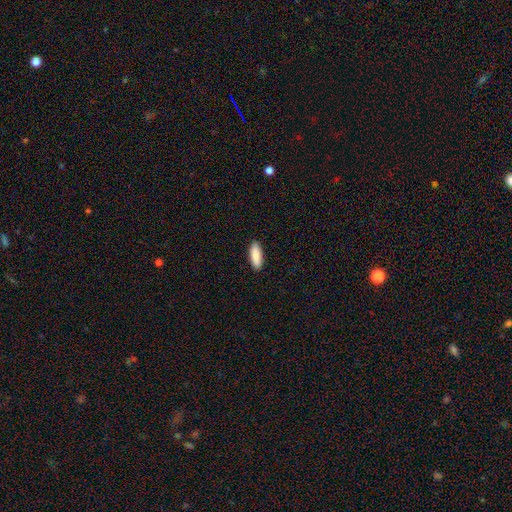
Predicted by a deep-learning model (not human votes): Morphology: type=smooth (88%); roundness=in between (67%); merging=none (90%).